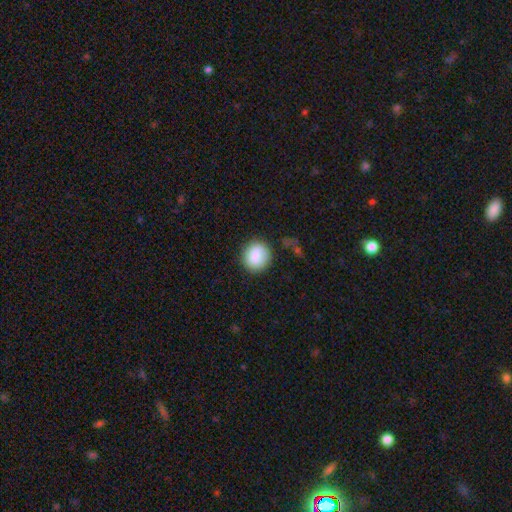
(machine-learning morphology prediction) A smooth galaxy with no disk features (84%) that is round (76%).

Vote fractions:
- Smooth or featured? smooth: 84% / featured or disk: 8% / star or artifact: 8%
- How rounded? round: 76% / in between: 23% / cigar-shaped: 1%
- Merging? none: 82% / minor disturbance: 12% / major disturbance: 4% / merger: 2%